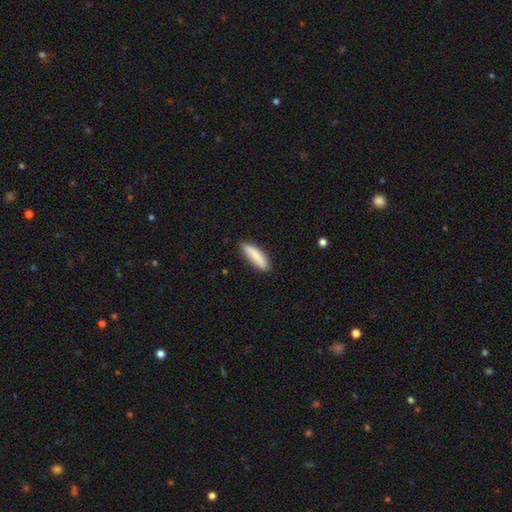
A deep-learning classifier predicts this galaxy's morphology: A smooth galaxy with no disk features (85%) that is cigar-shaped (70%). Merging: none (83%).